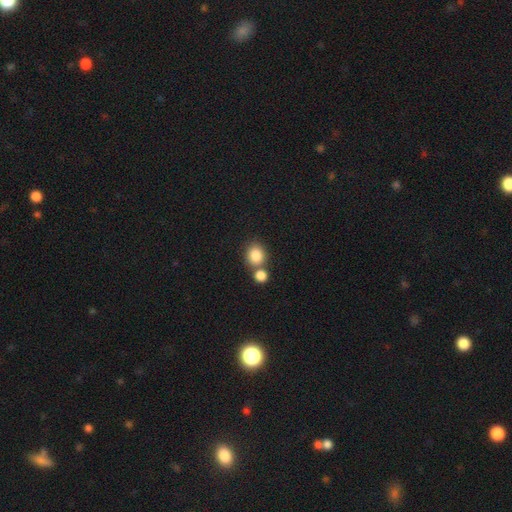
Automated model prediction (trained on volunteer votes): Morphology: type=smooth (84%); roundness=round (77%); merging=none (54%).